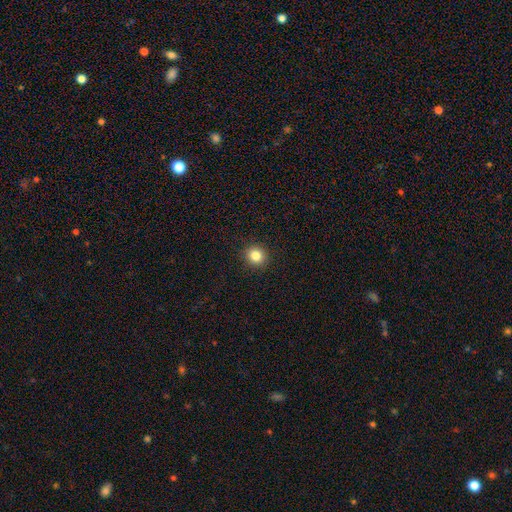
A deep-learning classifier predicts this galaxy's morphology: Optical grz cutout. It shows a smooth galaxy with no disk features (84%) that is round (90%). Merging: none (92%).